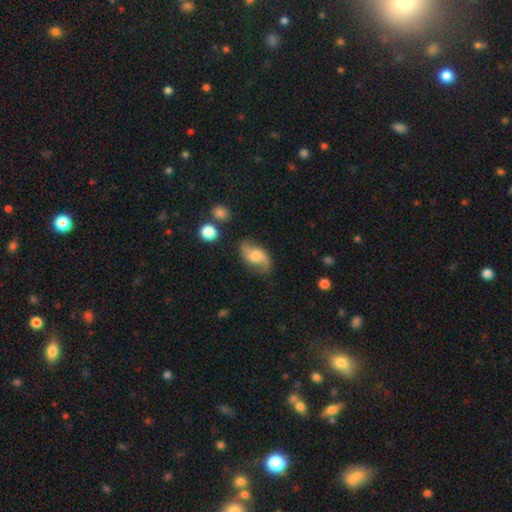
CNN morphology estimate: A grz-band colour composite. It shows a featured or disk galaxy (65%) with no bar (59%), 2 (90%) loose (59%) spiral arms (92%) and a moderate central bulge (48%). Merging: none (74%).